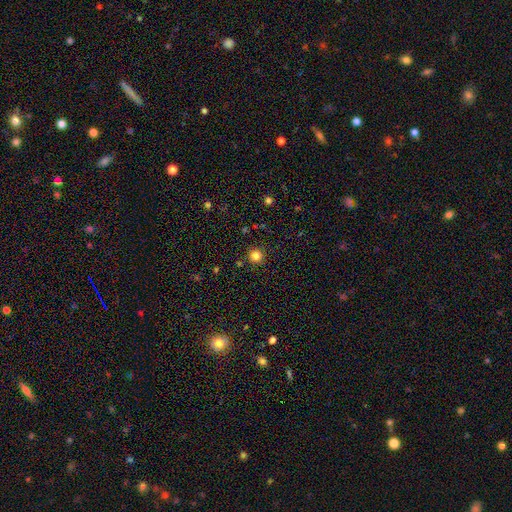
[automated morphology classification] Smooth or featured? smooth (82%)
How rounded? round (95%)
Merging? none (89%)